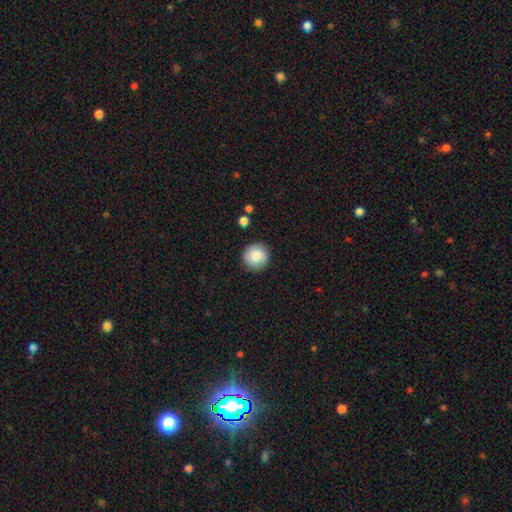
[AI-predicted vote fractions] Q: Smooth or featured?
A: smooth (87%); runner-up: star or artifact (8%)
Q: How rounded?
A: round (94%); runner-up: in between (5%)
Q: Merging?
A: none (89%); runner-up: minor disturbance (7%)